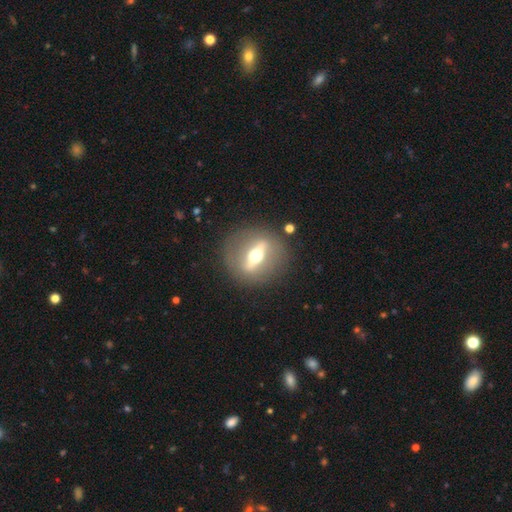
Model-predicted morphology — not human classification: smooth_or_featured: featured or disk (p=0.74) [alt: smooth p=0.19]
disk_edge_on: yes (p=0.56) [alt: no p=0.44]
merging: none (p=0.85) [alt: minor disturbance p=0.08]